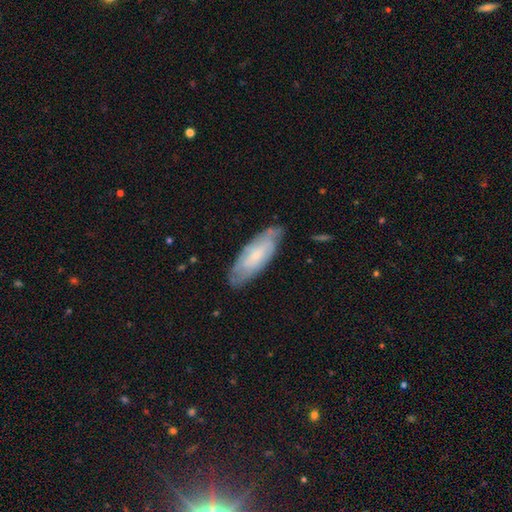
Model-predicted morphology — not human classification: Q: Smooth or featured?
A: featured or disk (50%); runner-up: smooth (44%)
Q: Merging?
A: none (76%); runner-up: minor disturbance (19%)